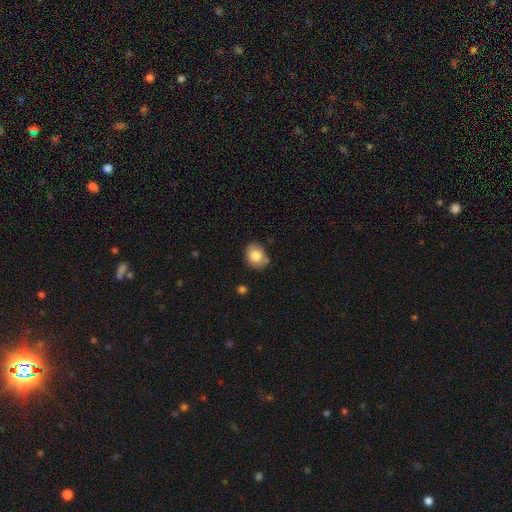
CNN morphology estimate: smooth 80%, featured or disk 12%, star or artifact 8%. Down the decision tree: how rounded — in between (52%); merging — none (78%).